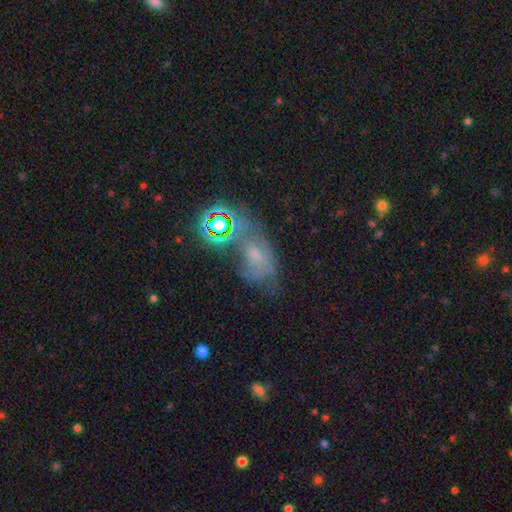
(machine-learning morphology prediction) The model was most divided on "smooth or featured": star or artifact: 35%, featured or disk: 33%, smooth: 32%.